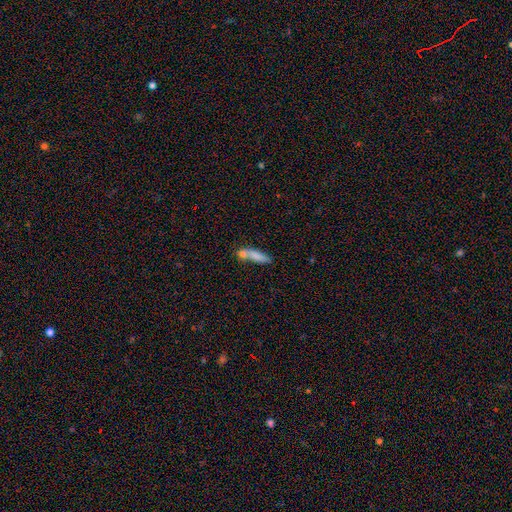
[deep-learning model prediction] The model was most divided on "merging": none: 44%, merger: 36%, minor disturbance: 15%, major disturbance: 6%. More confident: smooth or featured — smooth (76%); how rounded — cigar-shaped (67%).